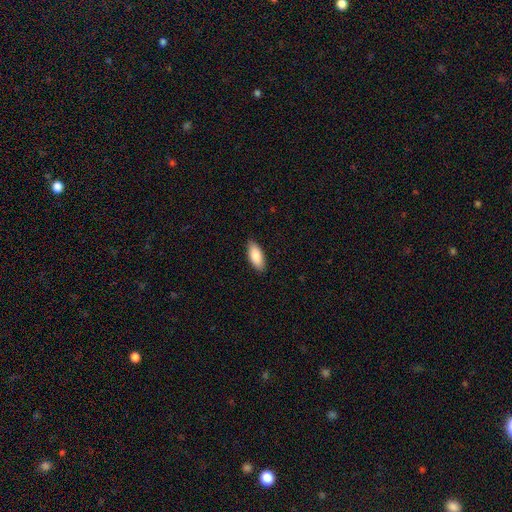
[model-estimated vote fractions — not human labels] Smooth or featured? Predicted: smooth (p=0.88). How rounded? Predicted: in between (p=0.85). Merging? Predicted: none (p=0.87).